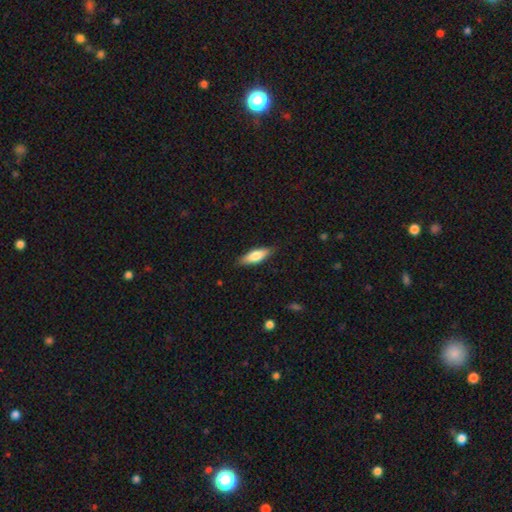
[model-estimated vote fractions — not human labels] Q: Smooth or featured?
A: smooth (66%); runner-up: featured or disk (28%)
Q: How rounded?
A: in between (55%); runner-up: cigar-shaped (43%)
Q: Merging?
A: none (84%); runner-up: minor disturbance (13%)